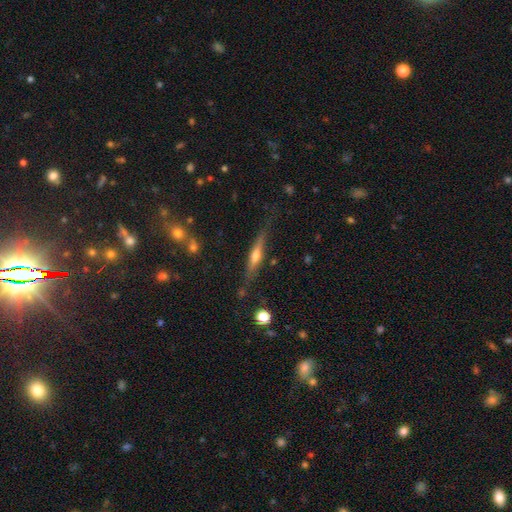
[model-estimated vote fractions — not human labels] smooth-or-featured: featured or disk: 58% | smooth: 35% | star or artifact: 7%
  disk-edge-on: yes: 94% | no: 6%
    edge-on-bulge: rounded: 78% | none: 13% | boxy: 9%
  merging: none: 77% | minor disturbance: 16% | major disturbance: 4% | merger: 3%